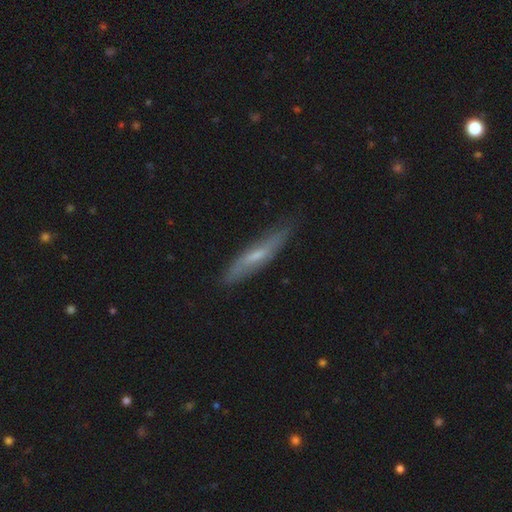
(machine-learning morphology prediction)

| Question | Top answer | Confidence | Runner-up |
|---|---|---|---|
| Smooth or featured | featured or disk | 49% | smooth (44%) |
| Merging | none | 78% | minor disturbance (17%) |